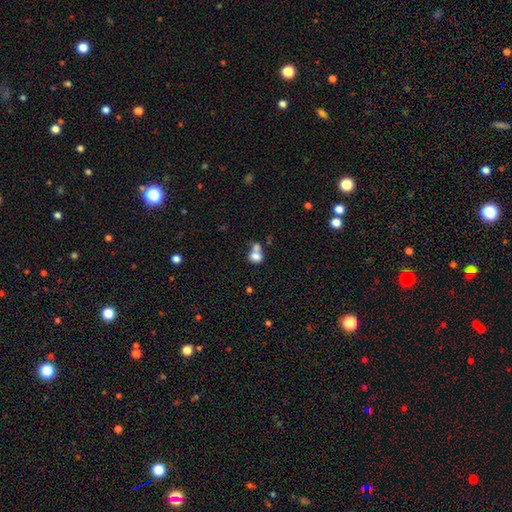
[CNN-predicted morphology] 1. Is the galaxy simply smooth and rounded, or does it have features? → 77% smooth, 13% featured or disk, 11% star or artifact.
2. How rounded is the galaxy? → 58% in between, 41% round, 1% cigar-shaped.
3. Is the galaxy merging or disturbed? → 60% merger, 26% none, 9% minor disturbance, 6% major disturbance.